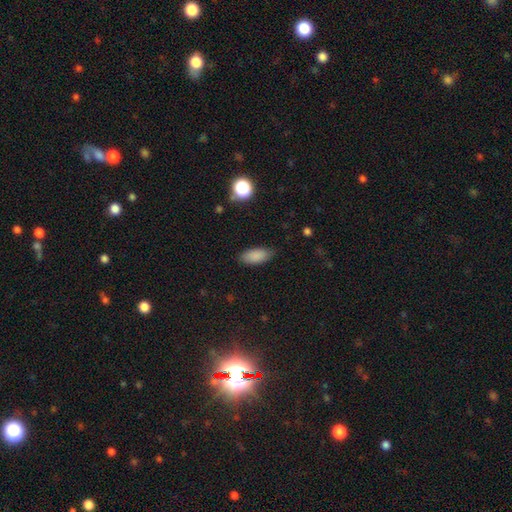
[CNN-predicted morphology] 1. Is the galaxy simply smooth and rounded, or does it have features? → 87% smooth, 8% star or artifact, 5% featured or disk.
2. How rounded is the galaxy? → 87% in between, 10% cigar-shaped, 2% round.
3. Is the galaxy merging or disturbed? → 82% none, 14% minor disturbance, 3% major disturbance, 1% merger.